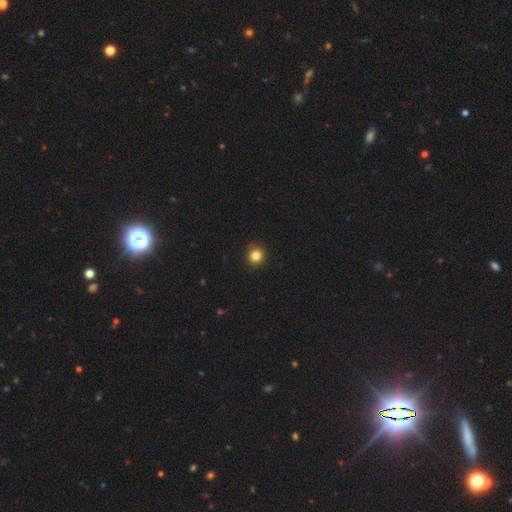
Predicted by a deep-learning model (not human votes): Smooth or featured? Predicted: smooth (p=0.83). How rounded? Predicted: round (p=0.93). Merging? Predicted: none (p=0.90).